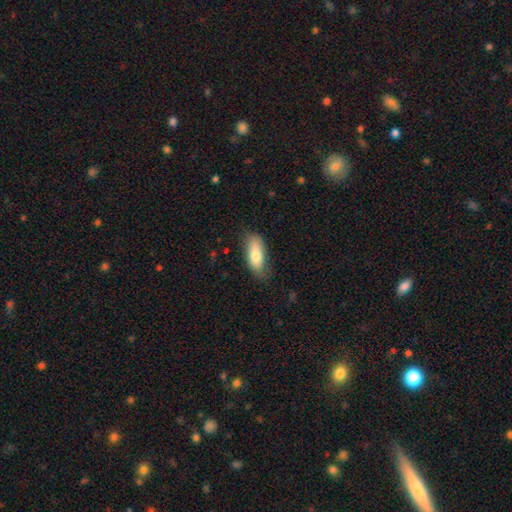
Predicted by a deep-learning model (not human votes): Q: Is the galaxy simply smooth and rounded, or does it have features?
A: smooth — 77%.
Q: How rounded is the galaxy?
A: in between — 83%.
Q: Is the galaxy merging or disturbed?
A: none — 71%.